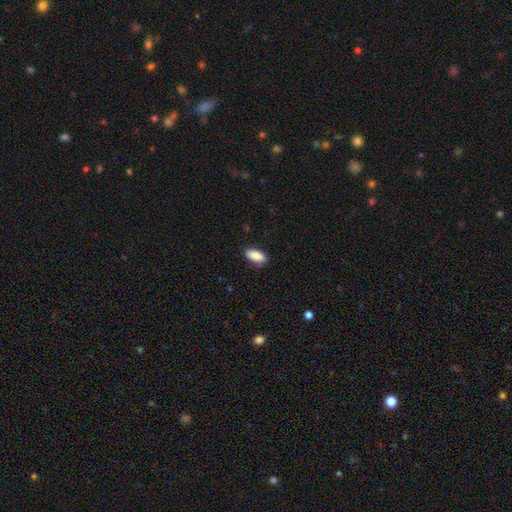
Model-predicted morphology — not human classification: smooth-or-featured: smooth: 88% | star or artifact: 7% | featured or disk: 5%
  how-rounded: in between: 91% | cigar-shaped: 6% | round: 3%
  merging: none: 84% | minor disturbance: 12% | major disturbance: 2% | merger: 1%